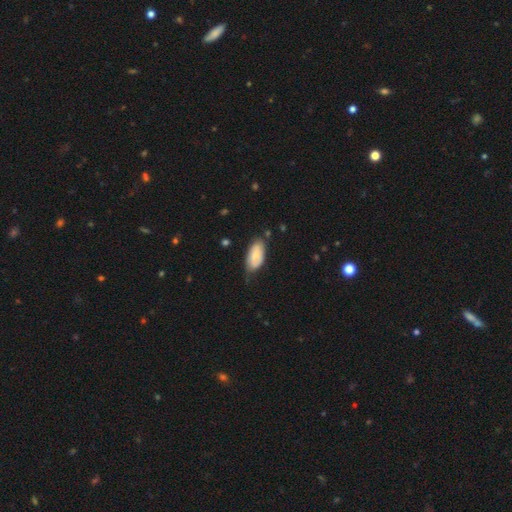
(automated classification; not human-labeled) Smooth or featured?
  - smooth: 75% *
  - featured or disk: 19%
  - star or artifact: 6%
How rounded?
  - in between: 93% *
  - cigar-shaped: 5%
  - round: 2%
Merging?
  - none: 60% *
  - minor disturbance: 32%
  - major disturbance: 6%
  - merger: 2%